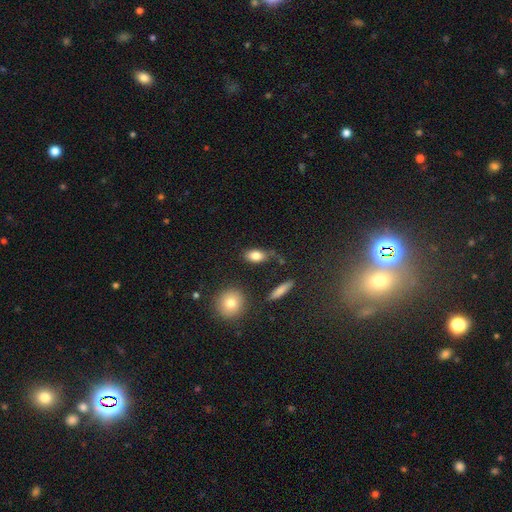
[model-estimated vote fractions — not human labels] This is clearly a smooth galaxy (81%). How rounded: clearly in between (82%). Merging: likely none (64%).